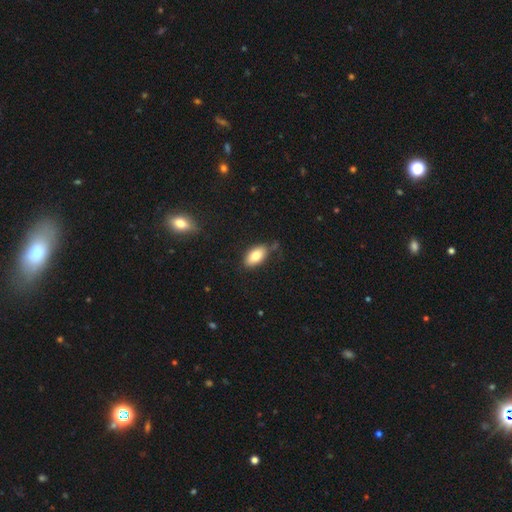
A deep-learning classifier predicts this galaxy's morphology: A smooth galaxy with no disk features (81%) that is in between round and cigar-shaped (93%). Merging: none (74%).